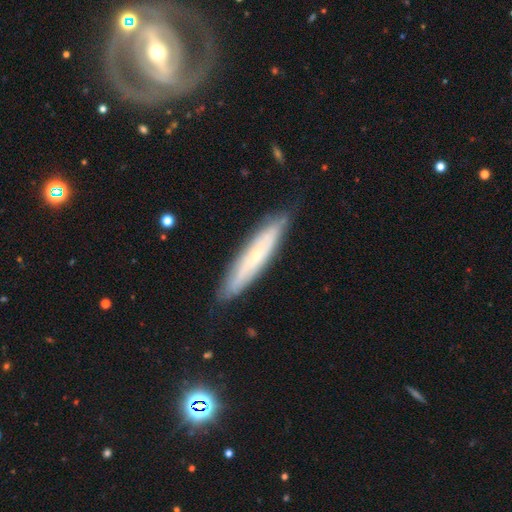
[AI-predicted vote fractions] Smooth or featured?
  - smooth: 48% *
  - featured or disk: 45%
  - star or artifact: 7%
Merging?
  - none: 83% *
  - minor disturbance: 13%
  - major disturbance: 2%
  - merger: 1%